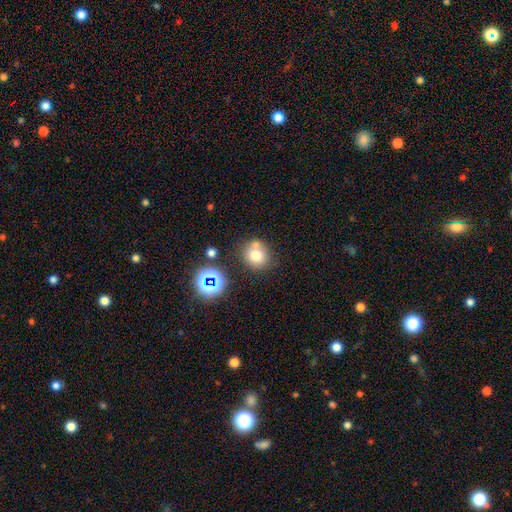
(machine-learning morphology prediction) Overall: smooth (71%). How rounded: round (81%). Merging: none (62%).